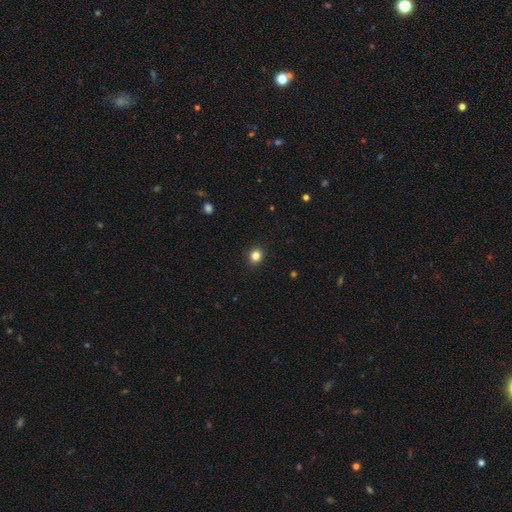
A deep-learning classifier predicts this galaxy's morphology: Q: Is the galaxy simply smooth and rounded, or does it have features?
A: smooth — 83%.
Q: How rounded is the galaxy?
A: round — 76%.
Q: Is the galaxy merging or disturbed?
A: none — 91%.